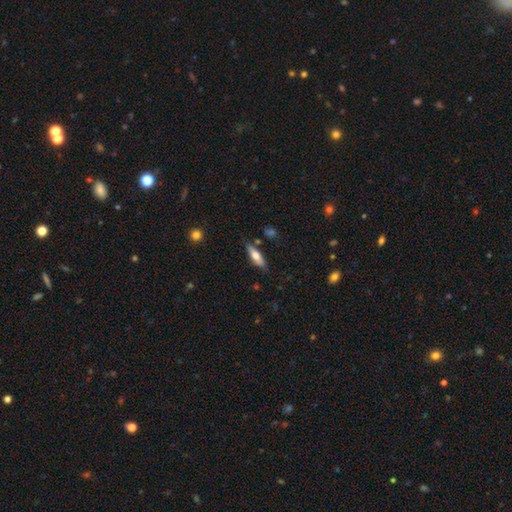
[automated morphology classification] Q: Smooth or featured?
A: smooth (61%); runner-up: featured or disk (33%)
Q: How rounded?
A: cigar-shaped (50%); runner-up: in between (48%)
Q: Merging?
A: none (80%); runner-up: minor disturbance (14%)